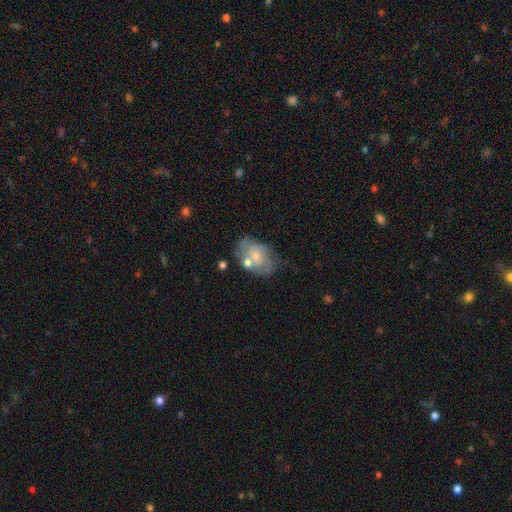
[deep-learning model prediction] Smooth or featured?
  - featured or disk: 53% *
  - smooth: 39%
  - star or artifact: 8%
Edge-on disk?
  - no: 96% *
  - yes: 4%
Bar?
  - no: 73% *
  - weak: 23%
  - strong: 4%
Spiral arms?
  - yes: 61% *
  - no: 39%
Bulge size?
  - small: 53% *
  - moderate: 37%
  - none: 7%
  - large: 3%
  - dominant: 1%
Merging?
  - none: 44% *
  - minor disturbance: 26%
  - merger: 18%
  - major disturbance: 12%